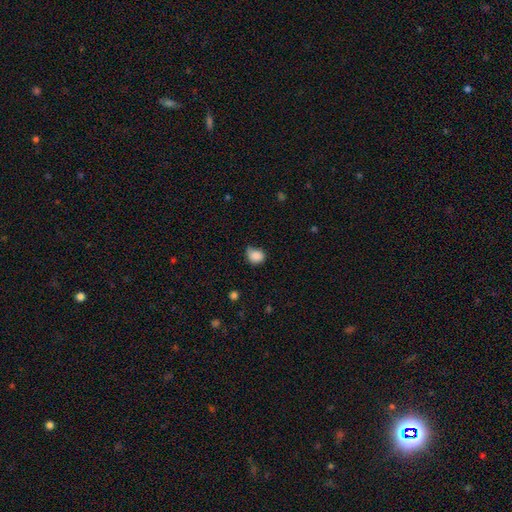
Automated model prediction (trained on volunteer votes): Smooth or featured? smooth (86%)
How rounded? round (63%)
Merging? none (50%)